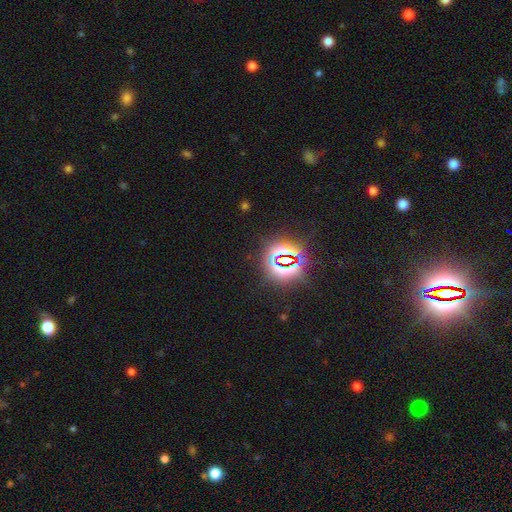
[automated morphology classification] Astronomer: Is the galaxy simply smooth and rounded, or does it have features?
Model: star or artifact — 82%.